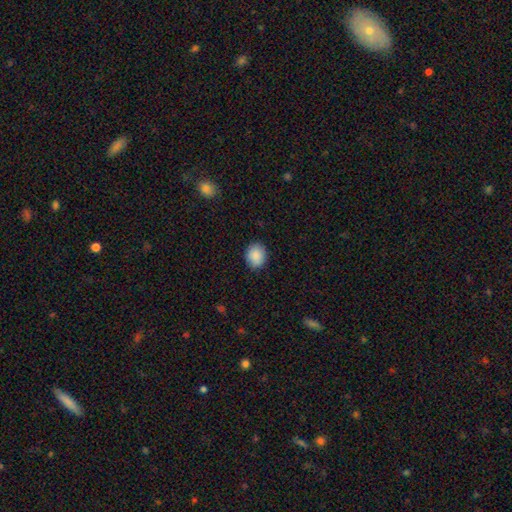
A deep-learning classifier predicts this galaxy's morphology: A smooth galaxy with no disk features (89%) that is round (65%). Merging: none (88%).